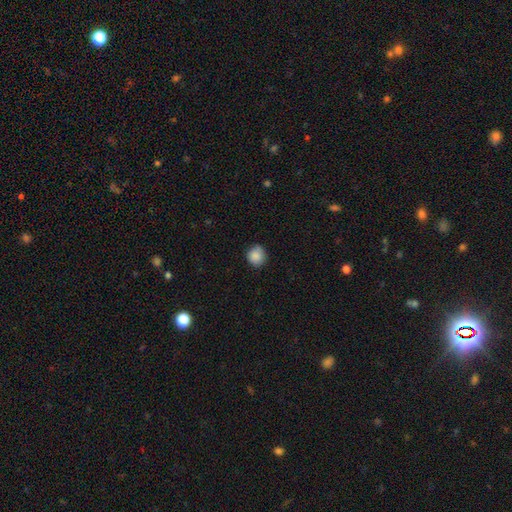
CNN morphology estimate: A smooth galaxy with no disk features (88%) that is round (87%).

Vote fractions:
- Smooth or featured? smooth: 88% / star or artifact: 9% / featured or disk: 4%
- How rounded? round: 87% / in between: 12% / cigar-shaped: 1%
- Merging? none: 77% / minor disturbance: 19% / major disturbance: 3% / merger: 1%